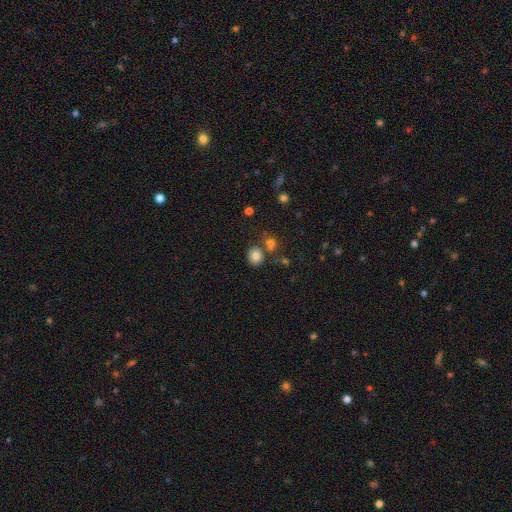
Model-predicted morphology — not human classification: Smooth or featured? smooth (80%)
How rounded? round (74%)
Merging? none (71%)